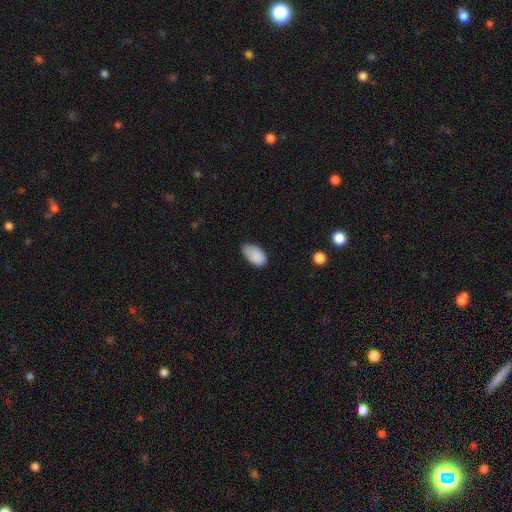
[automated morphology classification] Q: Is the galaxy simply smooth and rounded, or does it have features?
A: smooth — 87%.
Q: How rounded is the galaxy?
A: in between — 94%.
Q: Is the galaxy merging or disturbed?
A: none — 59%.